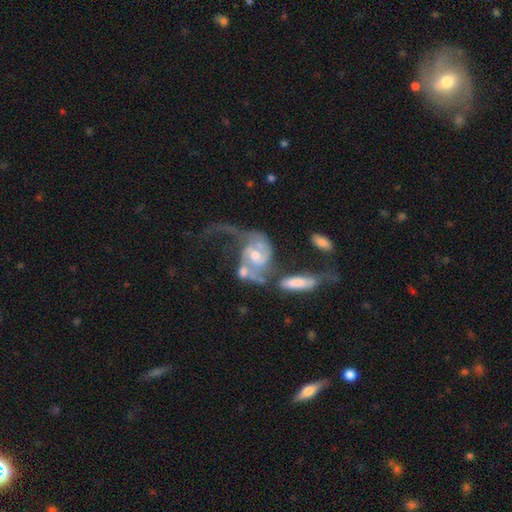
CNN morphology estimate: featured or disk 84%, smooth 10%, star or artifact 6%. Down the decision tree: edge-on disk — no (96%); bar — no (53%); spiral arms — yes (93%); spiral arm count — 2 (72%); spiral winding — loose (53%); bulge size — moderate (58%); merging — major disturbance (34%).